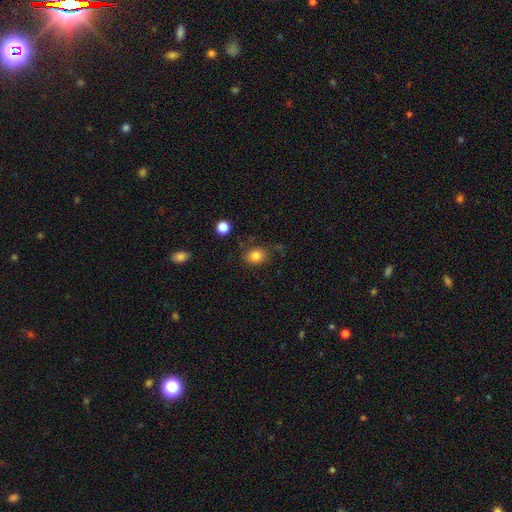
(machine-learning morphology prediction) A smooth galaxy with no disk features (82%) that is round (63%).

Vote fractions:
- Smooth or featured? smooth: 82% / star or artifact: 11% / featured or disk: 7%
- How rounded? round: 63% / in between: 36% / cigar-shaped: 1%
- Merging? none: 77% / minor disturbance: 15% / major disturbance: 5% / merger: 3%